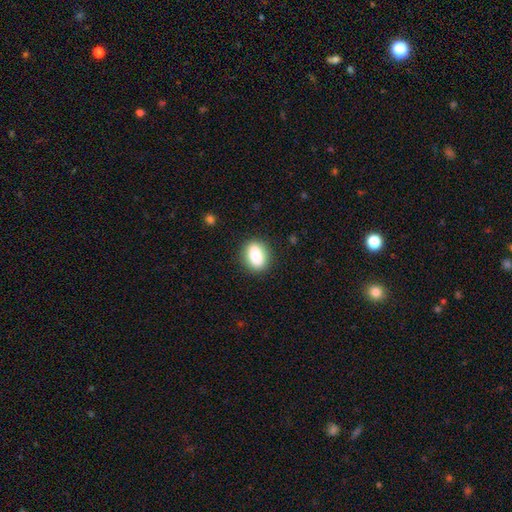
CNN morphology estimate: This appears to be a smooth galaxy with no disk features (85%) that is in between round and cigar-shaped (78%). Merging: none (86%).